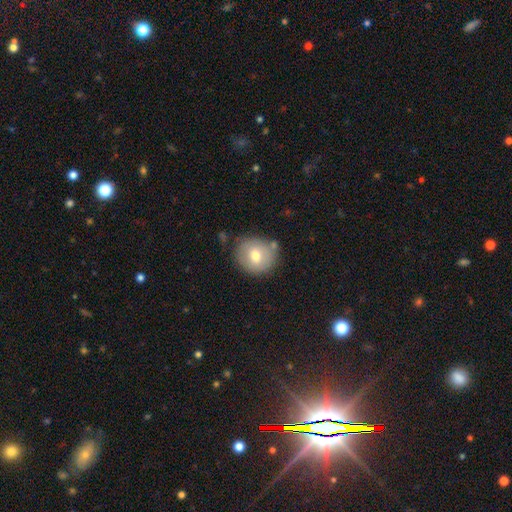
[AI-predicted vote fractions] Smooth or featured: smooth — 69% (featured or disk — 23%)
How rounded: round — 84% (in between — 15%)
Merging: none — 74% (minor disturbance — 15%)